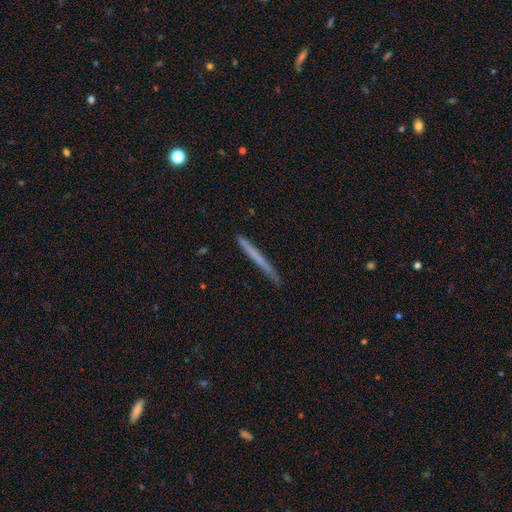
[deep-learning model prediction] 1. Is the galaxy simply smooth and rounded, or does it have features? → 55% smooth, 38% featured or disk, 6% star or artifact.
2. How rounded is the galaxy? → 97% cigar-shaped, 2% in between, 1% round.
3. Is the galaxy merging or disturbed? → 89% none, 9% minor disturbance, 1% major disturbance, 1% merger.